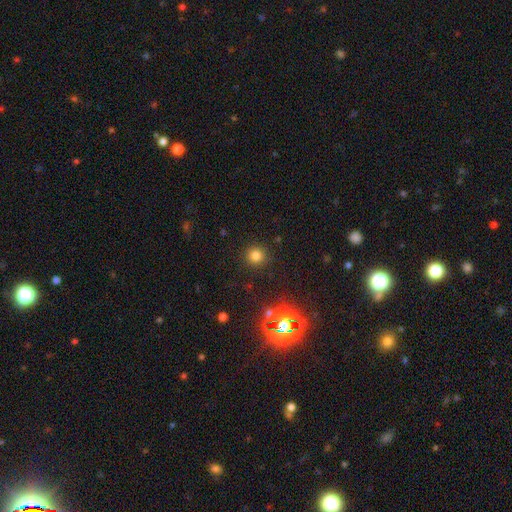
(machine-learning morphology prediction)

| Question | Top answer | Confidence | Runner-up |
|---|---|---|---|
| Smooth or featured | smooth | 77% | star or artifact (17%) |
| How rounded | round | 93% | in between (6%) |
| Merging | none | 90% | minor disturbance (6%) |